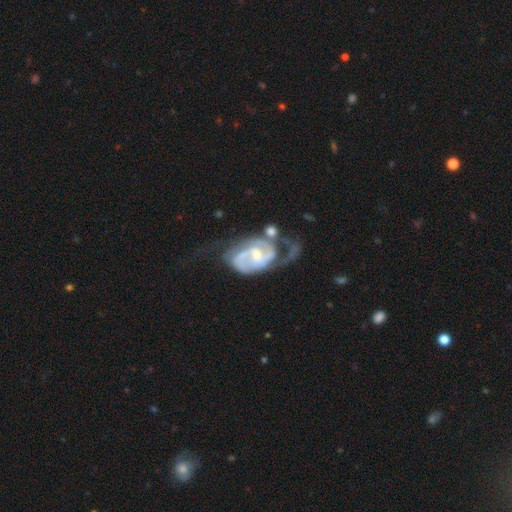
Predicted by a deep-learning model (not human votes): smooth_or_featured: featured or disk (p=0.88) [alt: smooth p=0.07]
disk_edge_on: no (p=0.97) [alt: yes p=0.03]
bar: weak (p=0.50) [alt: no p=0.33]
has_spiral_arms: yes (p=0.95) [alt: no p=0.05]
spiral_winding: medium (p=0.45) [alt: tight p=0.36]
spiral_arm_count: 2 (p=0.74) [alt: can't tell p=0.11]
bulge_size: small (p=0.52) [alt: moderate p=0.40]
merging: major disturbance (p=0.34) [alt: none p=0.31]